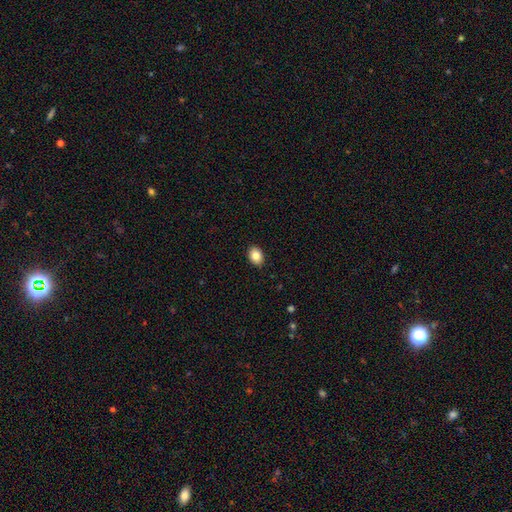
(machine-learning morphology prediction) This is clearly a smooth galaxy (84%). How rounded: likely in between (73%). Merging: clearly none (90%).